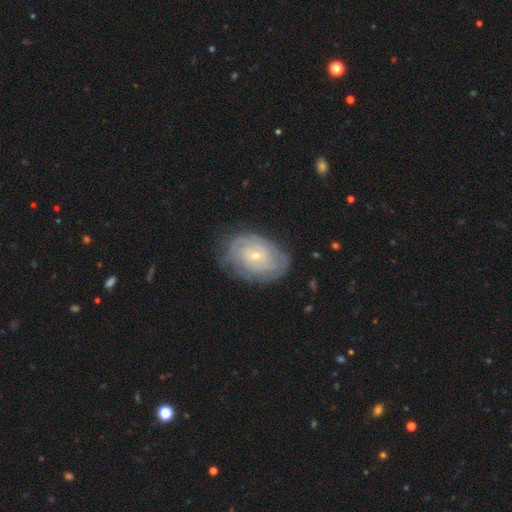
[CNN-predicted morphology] Smooth or featured? Predicted: featured or disk (p=0.77). Edge-on disk? Predicted: no (p=0.96). Bar? Predicted: no (p=0.74). Spiral arms? Predicted: yes (p=0.89). Spiral winding? Predicted: tight (p=0.77). Spiral arm count? Predicted: can't tell (p=0.49). Bulge size? Predicted: small (p=0.70). Merging? Predicted: none (p=0.74).